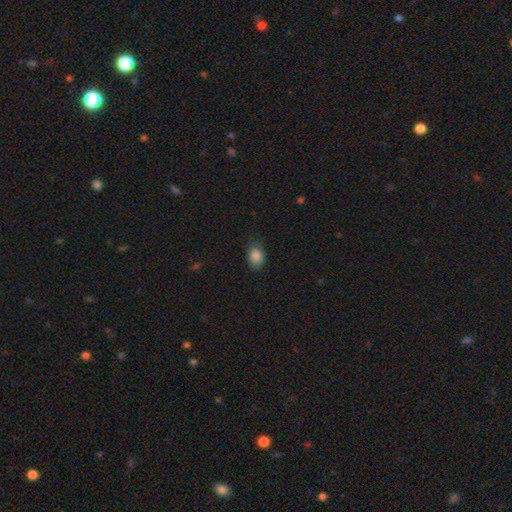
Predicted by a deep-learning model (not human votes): Smooth or featured? Predicted: smooth (p=0.87). How rounded? Predicted: in between (p=0.73). Merging? Predicted: none (p=0.75).